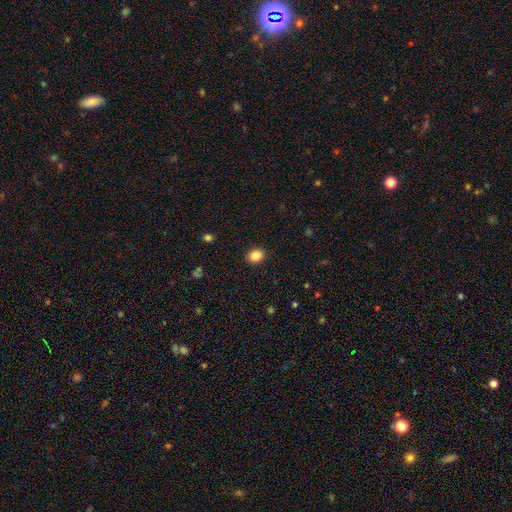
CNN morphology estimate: smooth 85%, star or artifact 10%, featured or disk 5%. Down the decision tree: how rounded — round (61%); merging — none (91%).